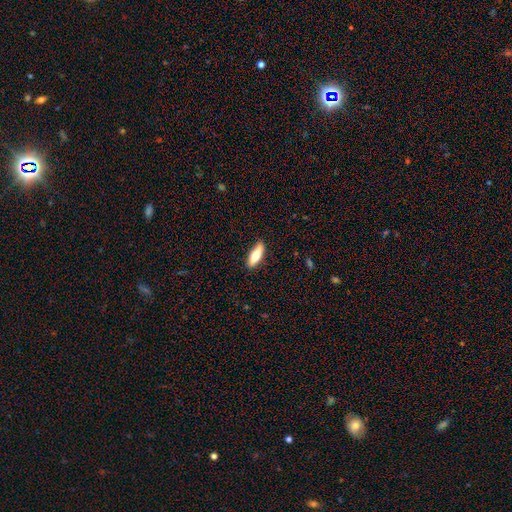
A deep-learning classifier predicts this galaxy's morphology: smooth-or-featured: smooth: 66% | featured or disk: 28% | star or artifact: 6%
  how-rounded: in between: 52% | cigar-shaped: 45% | round: 2%
  merging: none: 85% | minor disturbance: 12% | major disturbance: 2% | merger: 1%